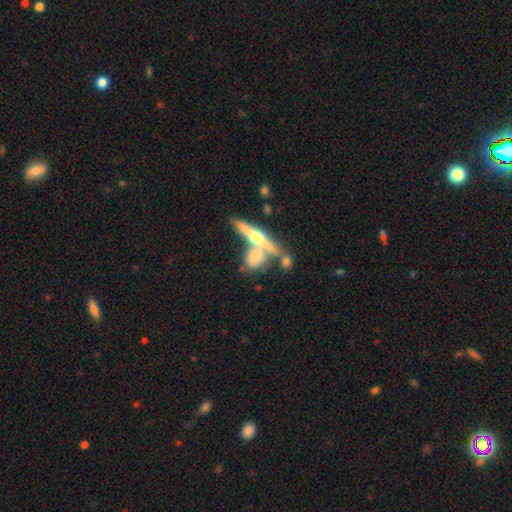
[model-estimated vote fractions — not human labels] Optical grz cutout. It shows a featured or disk galaxy (50%) viewed edge-on (83%). Merging: none (44%).